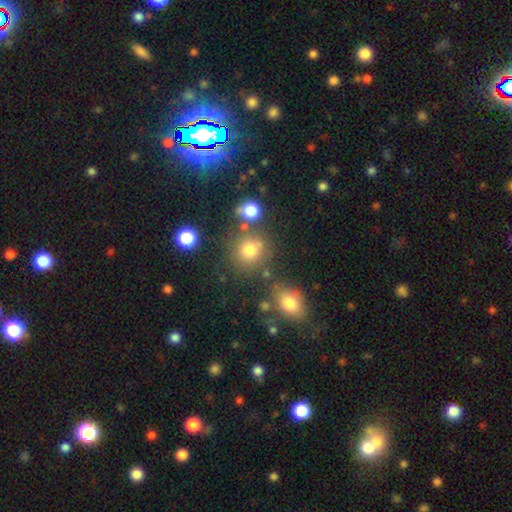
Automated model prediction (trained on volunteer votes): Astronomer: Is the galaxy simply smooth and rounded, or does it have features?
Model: star or artifact — 62%.